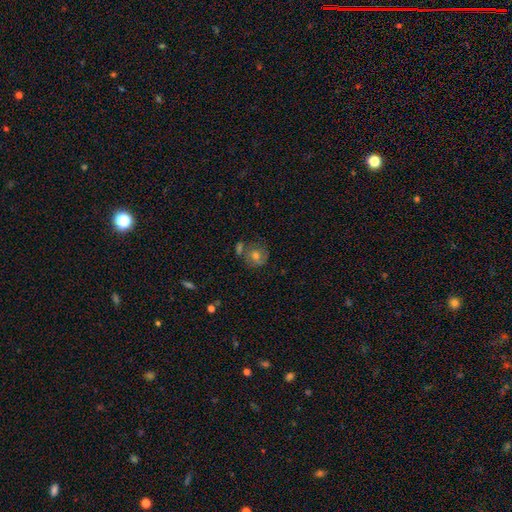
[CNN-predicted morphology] A smooth galaxy with no disk features (45%).

Vote fractions:
- Smooth or featured? smooth: 45% / featured or disk: 40% / star or artifact: 15%
- Merging? none: 62% / minor disturbance: 16% / merger: 15% / major disturbance: 7%